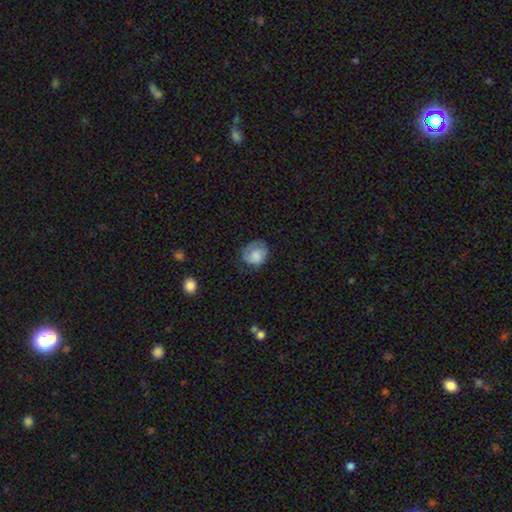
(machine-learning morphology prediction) Smooth or featured? Predicted: smooth (p=0.70). How rounded? Predicted: round (p=0.68). Merging? Predicted: none (p=0.57).